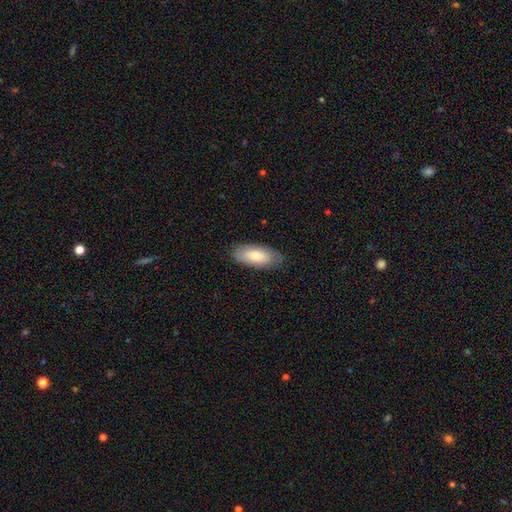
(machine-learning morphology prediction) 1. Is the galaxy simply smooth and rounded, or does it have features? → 76% smooth, 18% featured or disk, 6% star or artifact.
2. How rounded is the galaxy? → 87% in between, 11% cigar-shaped, 2% round.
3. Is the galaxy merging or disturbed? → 82% none, 14% minor disturbance, 3% major disturbance, 1% merger.